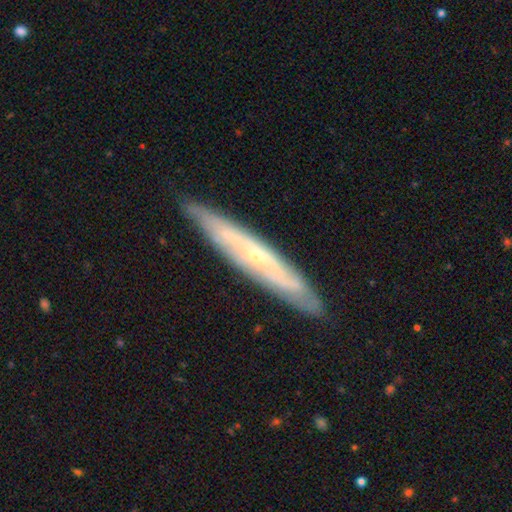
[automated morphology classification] A featured or disk galaxy (73%) viewed edge-on (66%). Merging: none (86%).